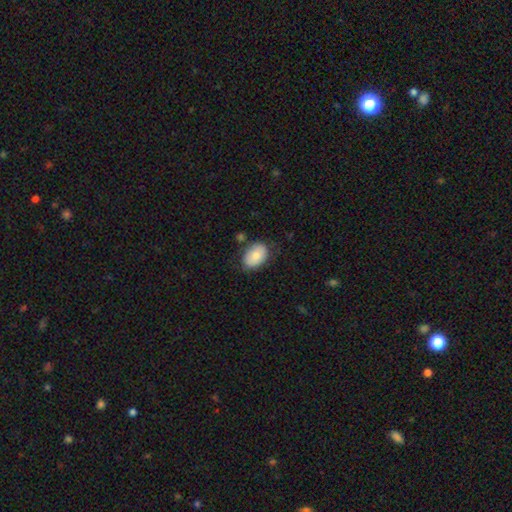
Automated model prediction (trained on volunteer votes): Smooth or featured? Predicted: smooth (p=0.81). How rounded? Predicted: in between (p=0.82). Merging? Predicted: none (p=0.72).